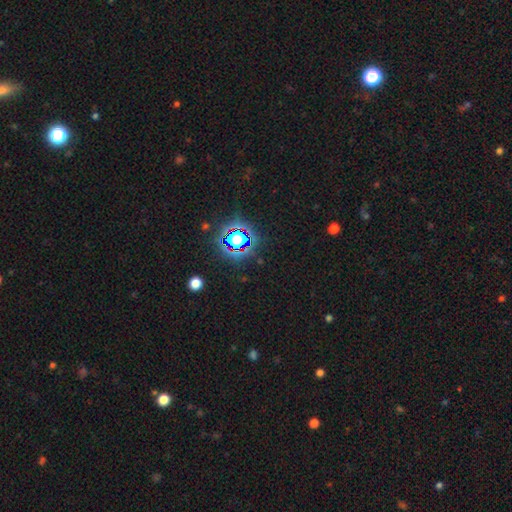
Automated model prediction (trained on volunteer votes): smooth_or_featured: star or artifact (p=0.78) [alt: smooth p=0.14]